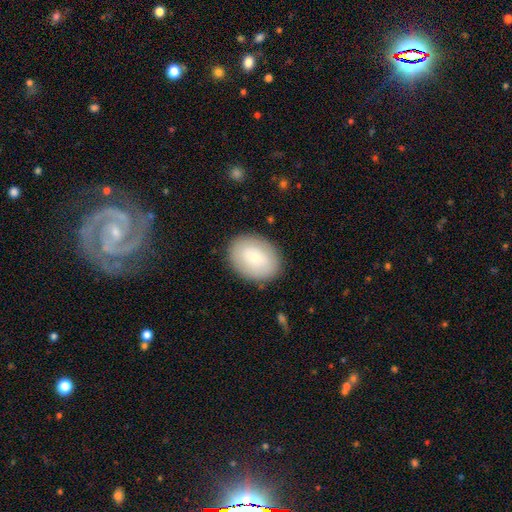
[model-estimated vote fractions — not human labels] Smooth or featured? smooth (65%)
How rounded? in between (67%)
Merging? none (85%)